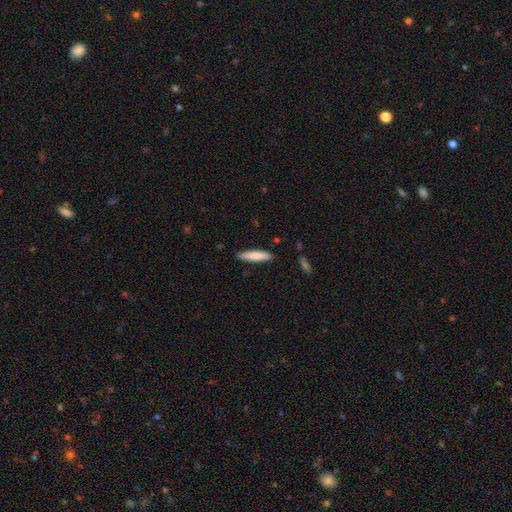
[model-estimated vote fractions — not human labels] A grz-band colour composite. It shows a smooth galaxy with no disk features (80%) that is cigar-shaped (85%). Merging: none (88%).